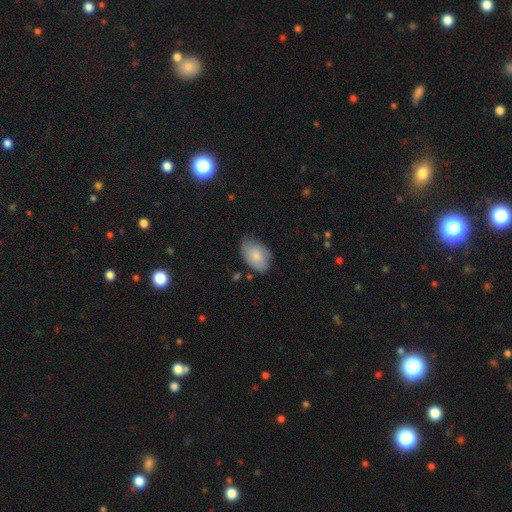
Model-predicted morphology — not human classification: Smooth or featured? Predicted: smooth (p=0.80). How rounded? Predicted: in between (p=0.89). Merging? Predicted: none (p=0.63).